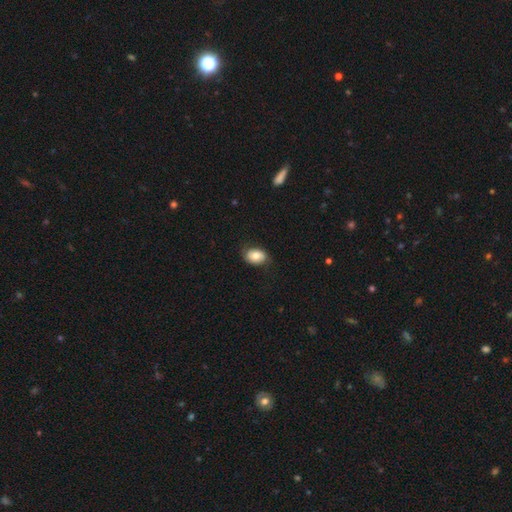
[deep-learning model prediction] Smooth or featured? Predicted: smooth (p=0.72). How rounded? Predicted: in between (p=0.75). Merging? Predicted: none (p=0.74).